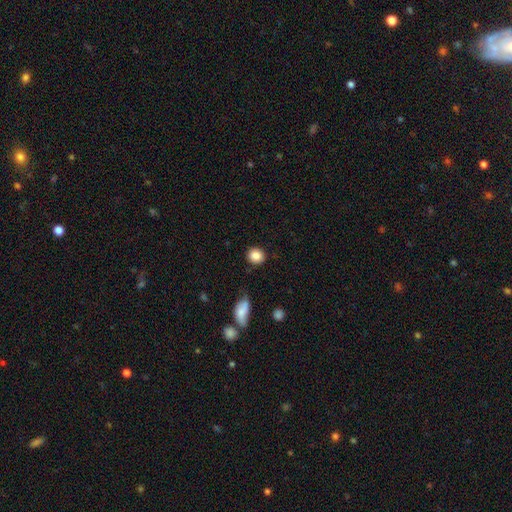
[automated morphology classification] The model was most divided on "how rounded": round: 82%, in between: 17%, cigar-shaped: 1%. More confident: smooth or featured — smooth (87%); merging — none (85%).